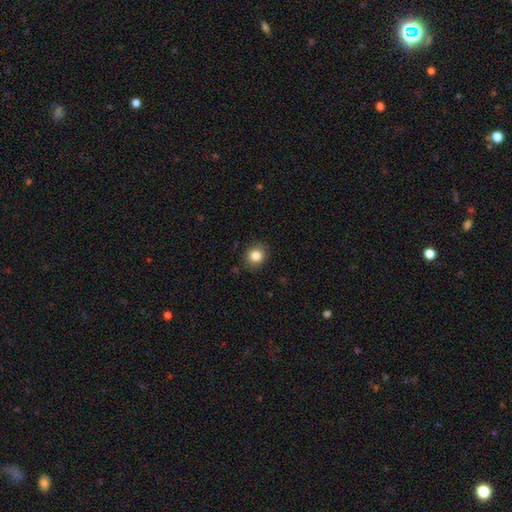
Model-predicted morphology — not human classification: type=smooth (83%); roundness=round (78%); merging=none (88%).